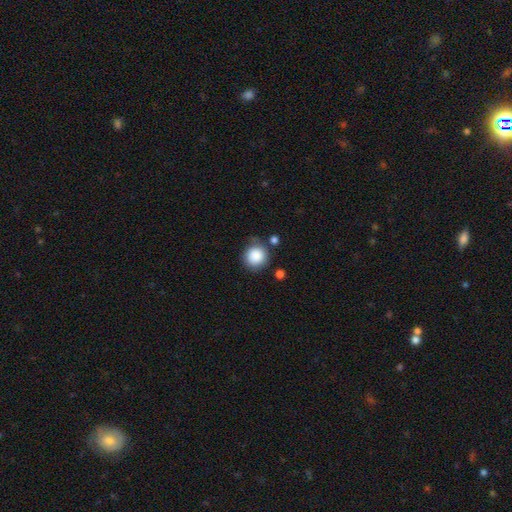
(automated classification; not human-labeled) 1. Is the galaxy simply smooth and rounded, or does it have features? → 88% smooth, 8% star or artifact, 4% featured or disk.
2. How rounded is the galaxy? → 91% round, 8% in between, 1% cigar-shaped.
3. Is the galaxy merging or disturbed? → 73% none, 17% minor disturbance, 6% merger, 5% major disturbance.